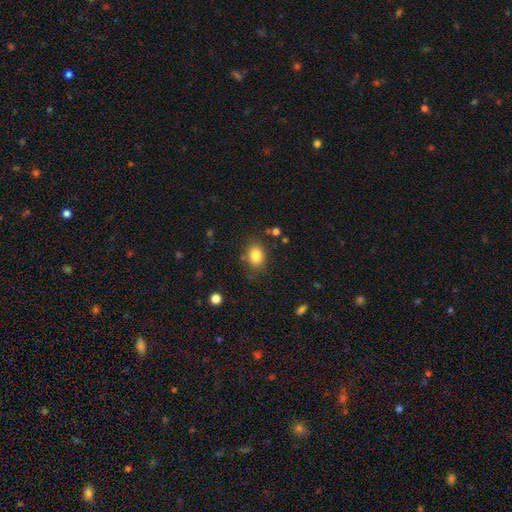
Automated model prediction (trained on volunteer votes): Overall: smooth (83%). How rounded: in between (62%; round 37%). Merging: none (79%).